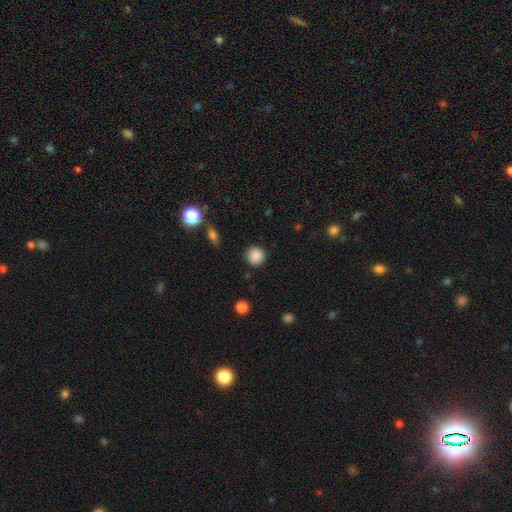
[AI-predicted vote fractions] Q: Smooth or featured?
A: smooth (87%); runner-up: star or artifact (9%)
Q: How rounded?
A: round (93%); runner-up: in between (6%)
Q: Merging?
A: none (88%); runner-up: minor disturbance (8%)